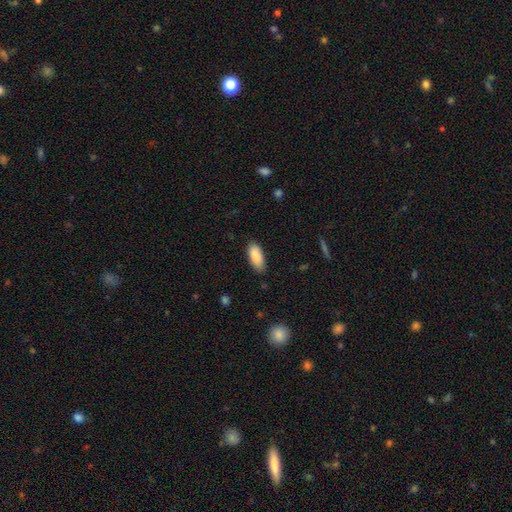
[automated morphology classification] smooth_or_featured: smooth (p=0.86) [alt: featured or disk p=0.08]
how_rounded: in between (p=0.83) [alt: cigar-shaped p=0.15]
merging: none (p=0.83) [alt: minor disturbance p=0.13]